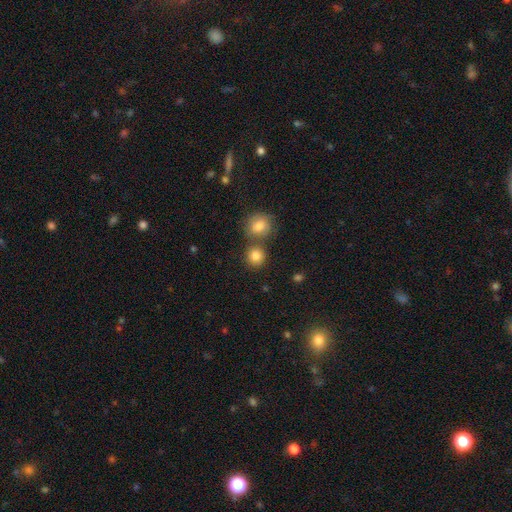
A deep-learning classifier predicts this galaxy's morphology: Smooth or featured? Predicted: smooth (p=0.84). How rounded? Predicted: round (p=0.88). Merging? Predicted: none (p=0.62).